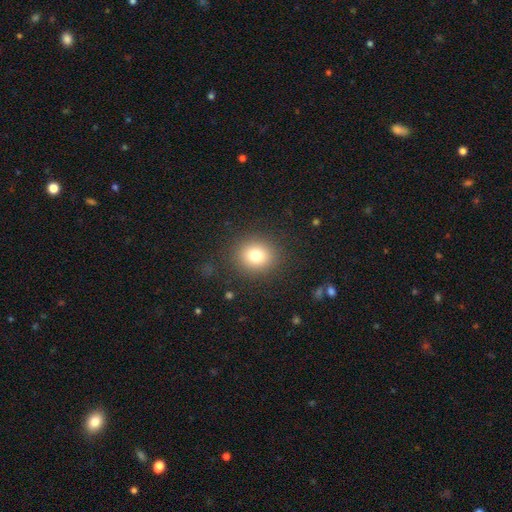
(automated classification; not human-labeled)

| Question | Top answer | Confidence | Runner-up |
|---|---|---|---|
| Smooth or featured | smooth | 77% | star or artifact (13%) |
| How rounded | round | 82% | in between (17%) |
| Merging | none | 88% | minor disturbance (7%) |